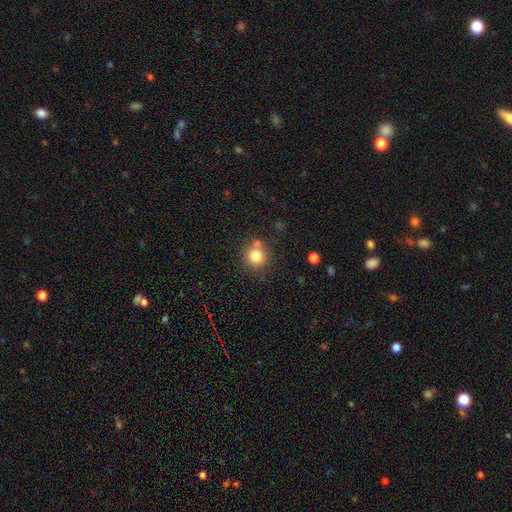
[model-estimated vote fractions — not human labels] Smooth or featured?
  - smooth: 81% *
  - star or artifact: 12%
  - featured or disk: 8%
How rounded?
  - round: 90% *
  - in between: 9%
  - cigar-shaped: 1%
Merging?
  - none: 70% *
  - merger: 15%
  - minor disturbance: 12%
  - major disturbance: 4%